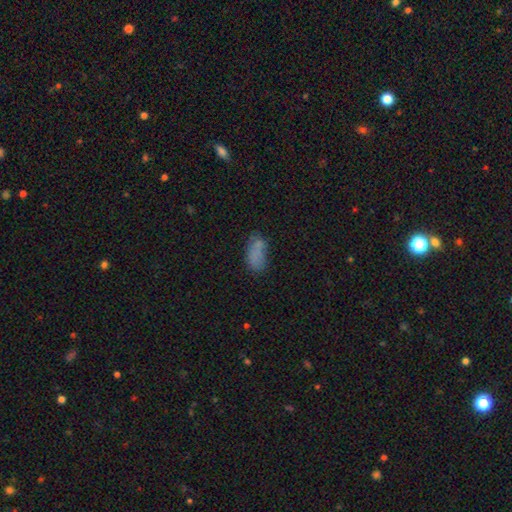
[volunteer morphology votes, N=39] Smooth or featured?
  - smooth: 87% *
  - featured or disk: 10%
  - star or artifact: 3%
How rounded?
  - in between: 85% *
  - cigar-shaped: 9%
  - round: 6%
Merging?
  - none: 58% *
  - minor disturbance: 24%
  - merger: 11%
  - major disturbance: 8%